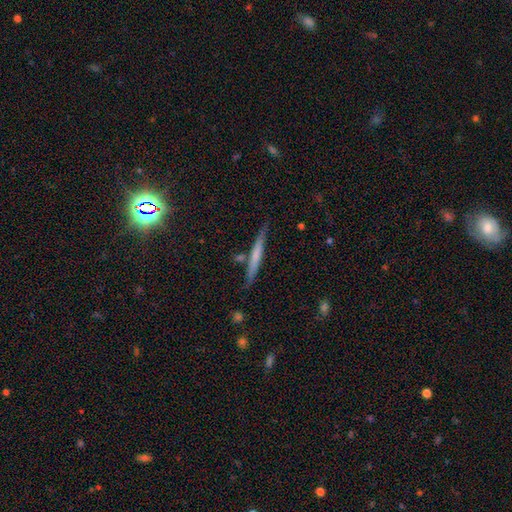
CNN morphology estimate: A smooth galaxy with no disk features (49%).

Vote fractions:
- Smooth or featured? smooth: 49% / featured or disk: 44% / star or artifact: 7%
- Merging? none: 82% / minor disturbance: 12% / merger: 4% / major disturbance: 2%